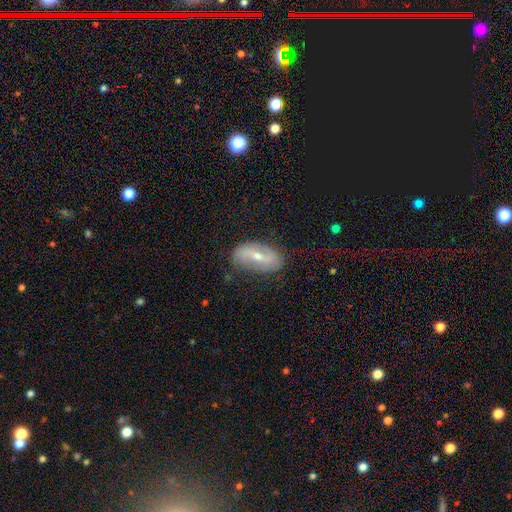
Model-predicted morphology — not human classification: Smooth or featured? featured or disk (67%)
Edge-on disk? no (89%)
Bar? strong (46%)
Spiral arms? yes (71%)
Bulge size? small (51%)
Merging? none (77%)